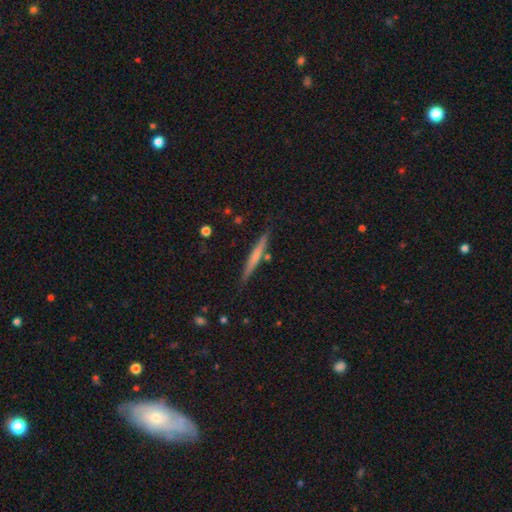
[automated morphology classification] smooth-or-featured: smooth: 50% | featured or disk: 44% | star or artifact: 6%
  merging: none: 85% | minor disturbance: 9% | merger: 4% | major disturbance: 2%